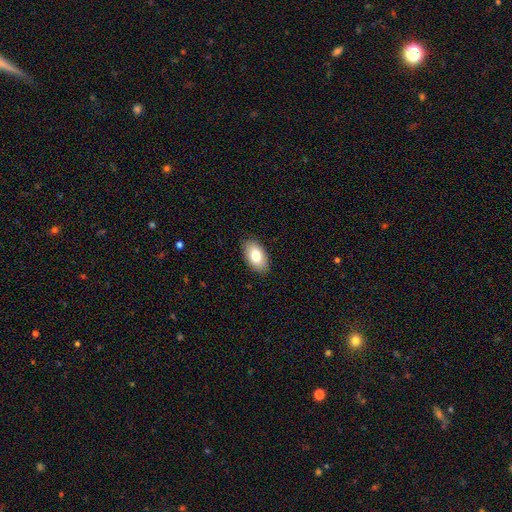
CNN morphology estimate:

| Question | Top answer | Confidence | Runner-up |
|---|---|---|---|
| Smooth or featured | smooth | 78% | featured or disk (15%) |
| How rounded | in between | 94% | round (4%) |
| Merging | none | 88% | minor disturbance (9%) |